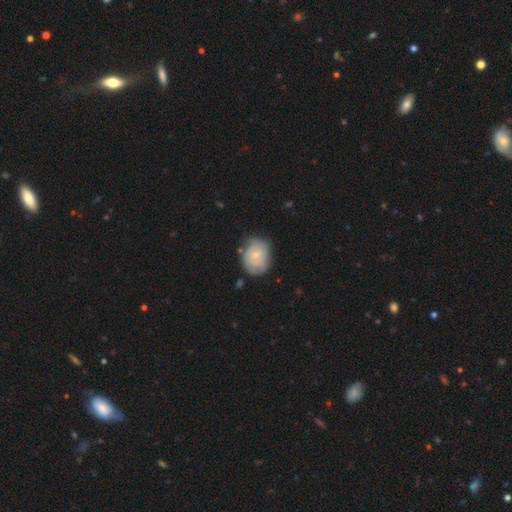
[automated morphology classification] Smooth or featured: smooth — 54% (featured or disk — 39%)
How rounded: round — 53% (in between — 46%)
Merging: none — 69% (minor disturbance — 23%)